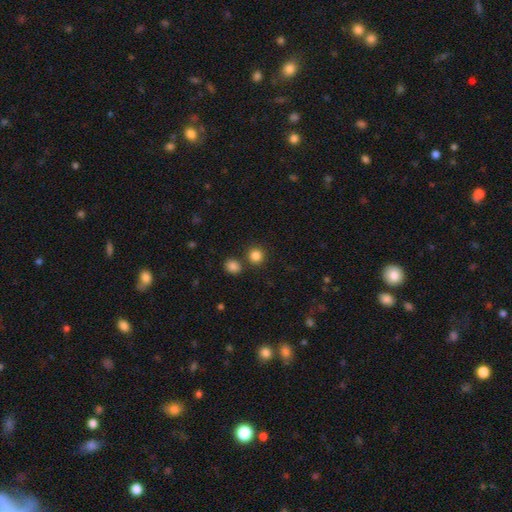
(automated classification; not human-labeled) Smooth or featured?
  - smooth: 85% *
  - star or artifact: 12%
  - featured or disk: 4%
How rounded?
  - round: 91% *
  - in between: 8%
  - cigar-shaped: 1%
Merging?
  - none: 80% *
  - merger: 11%
  - minor disturbance: 6%
  - major disturbance: 3%